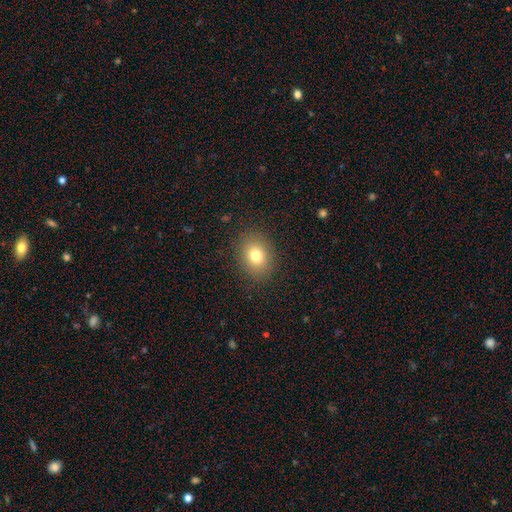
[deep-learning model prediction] This is likely a smooth galaxy (78%). How rounded: possibly in between (56%). Merging: clearly none (87%).